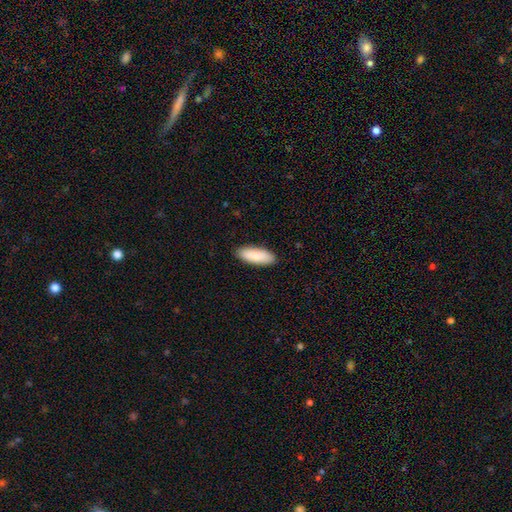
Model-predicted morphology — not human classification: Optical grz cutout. It shows a smooth galaxy with no disk features (88%) that is in between round and cigar-shaped (71%). Merging: none (89%).